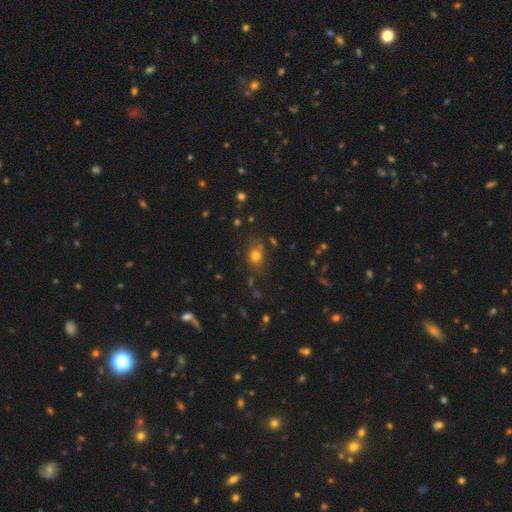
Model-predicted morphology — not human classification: Overall: smooth (74%). How rounded: round (60%; in between 38%). Merging: none (75%).